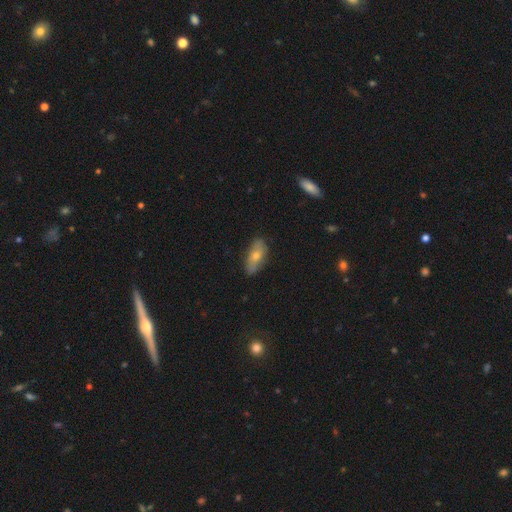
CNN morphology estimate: A smooth galaxy with no disk features (53%) that is in between round and cigar-shaped (78%). Merging: none (82%).